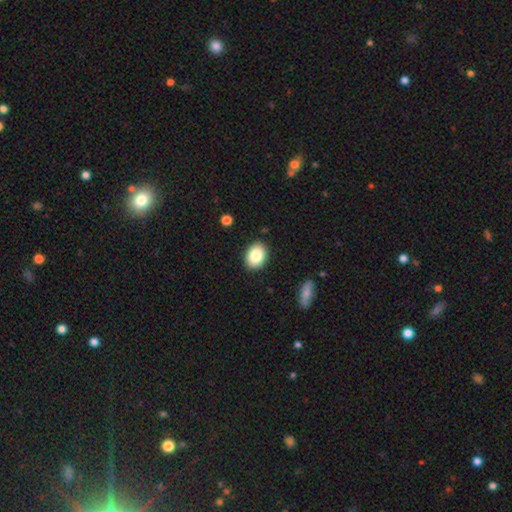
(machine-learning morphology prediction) Q: Smooth or featured?
A: smooth (85%); runner-up: star or artifact (8%)
Q: How rounded?
A: in between (70%); runner-up: round (29%)
Q: Merging?
A: none (88%); runner-up: minor disturbance (8%)